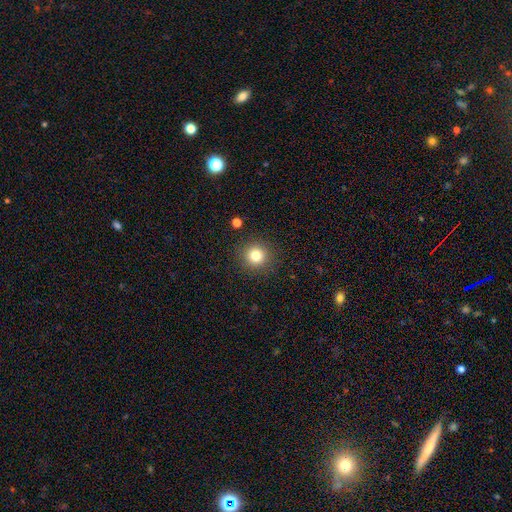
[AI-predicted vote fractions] Smooth or featured? smooth (80%)
How rounded? round (94%)
Merging? none (90%)